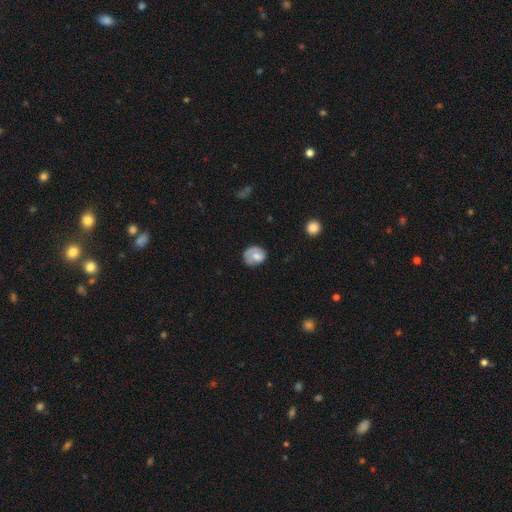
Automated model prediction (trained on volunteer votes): Overall: smooth (60%; featured or disk 33%). How rounded: round (62%; in between 37%). Merging: none (56%; minor disturbance 27%).